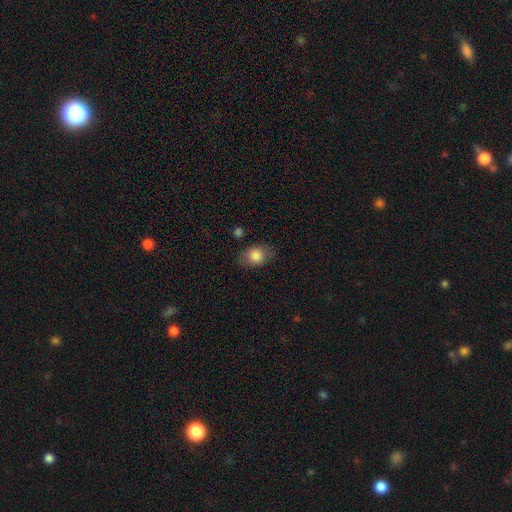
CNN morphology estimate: A smooth galaxy with no disk features (80%) that is in between round and cigar-shaped (72%). Merging: none (75%).